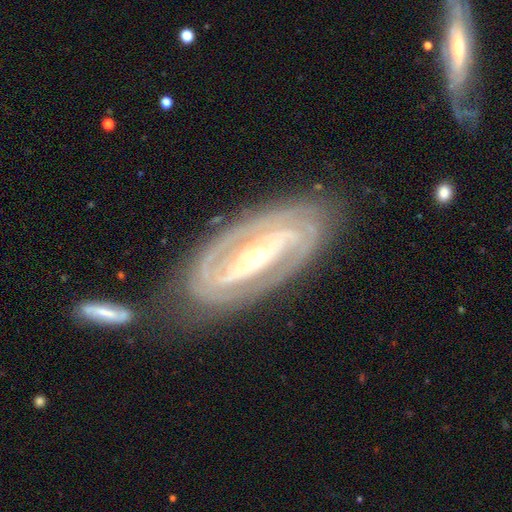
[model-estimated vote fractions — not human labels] Q: Smooth or featured?
A: featured or disk (89%); runner-up: smooth (7%)
Q: Edge-on disk?
A: no (92%); runner-up: yes (8%)
Q: Bar?
A: strong (51%); runner-up: weak (26%)
Q: Spiral arms?
A: yes (88%); runner-up: no (12%)
Q: Spiral winding?
A: tight (66%); runner-up: medium (26%)
Q: Spiral arm count?
A: 2 (72%); runner-up: can't tell (15%)
Q: Bulge size?
A: small (49%); runner-up: moderate (47%)
Q: Merging?
A: none (76%); runner-up: minor disturbance (13%)